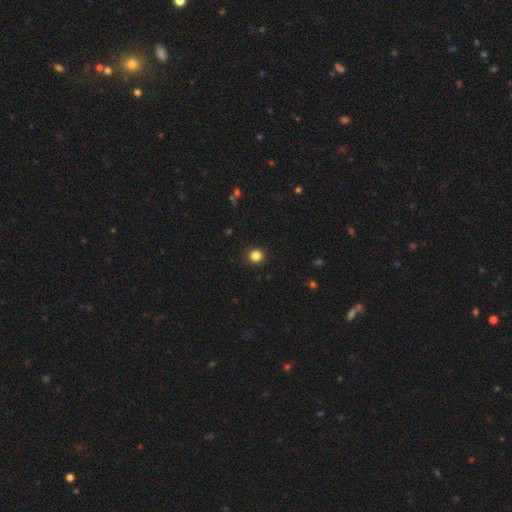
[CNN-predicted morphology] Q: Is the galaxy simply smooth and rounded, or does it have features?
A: smooth — 84%.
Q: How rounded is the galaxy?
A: round — 92%.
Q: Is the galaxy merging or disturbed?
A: none — 92%.